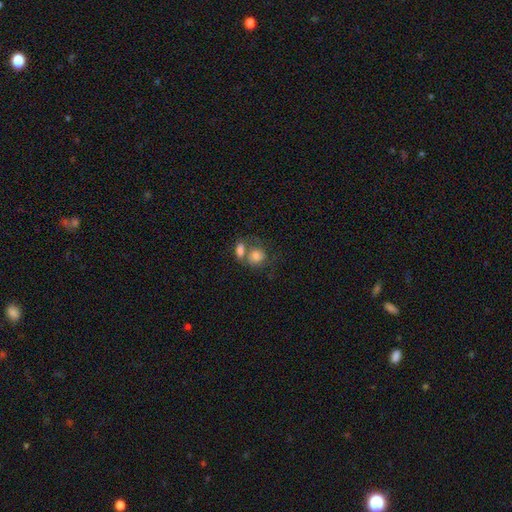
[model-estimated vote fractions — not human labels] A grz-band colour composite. It shows a smooth galaxy with no disk features (78%) that is round (60%). Merging: merger (53%).